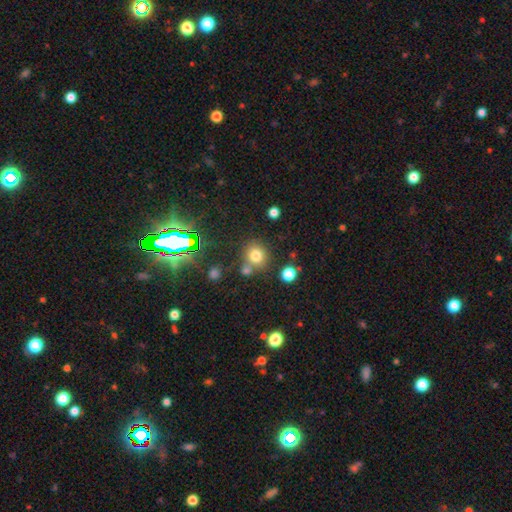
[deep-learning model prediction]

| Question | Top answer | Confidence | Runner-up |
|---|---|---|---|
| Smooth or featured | smooth | 74% | star or artifact (18%) |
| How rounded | round | 81% | in between (18%) |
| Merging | none | 65% | merger (20%) |